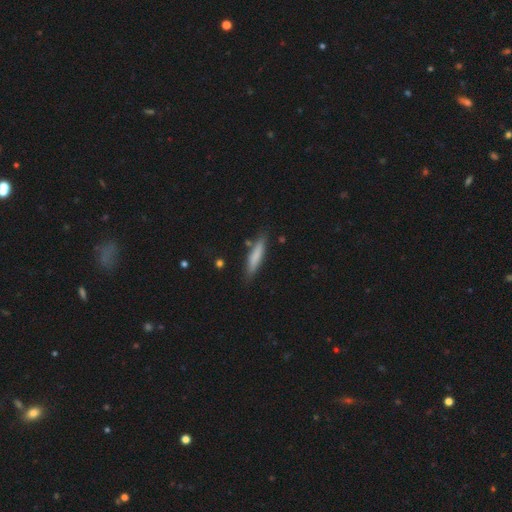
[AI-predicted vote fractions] Morphology: type=smooth (76%); roundness=cigar-shaped (87%); merging=none (82%).